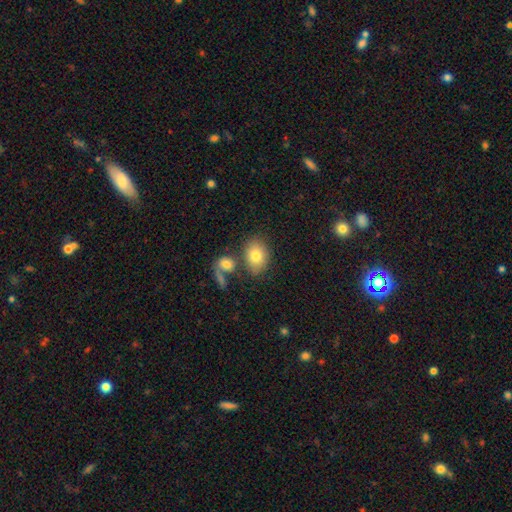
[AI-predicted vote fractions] Morphology: type=smooth (78%); roundness=in between (69%); merging=none (67%).